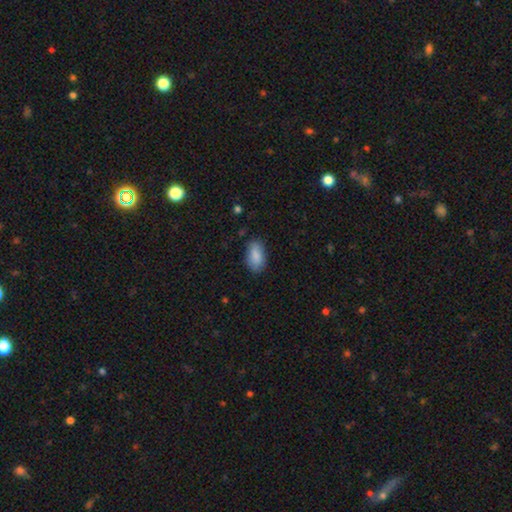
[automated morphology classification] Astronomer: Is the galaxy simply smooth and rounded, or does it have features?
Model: smooth — 87%.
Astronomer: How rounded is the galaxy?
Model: in between — 92%.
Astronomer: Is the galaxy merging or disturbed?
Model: none — 78%.